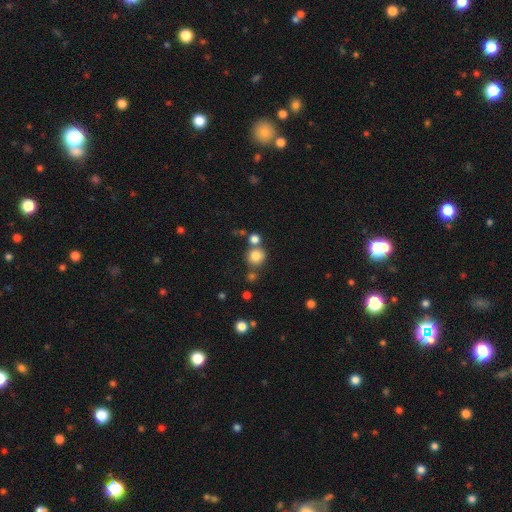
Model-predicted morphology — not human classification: This appears to be a smooth galaxy with no disk features (81%) that is round (89%). Merging: none (66%).